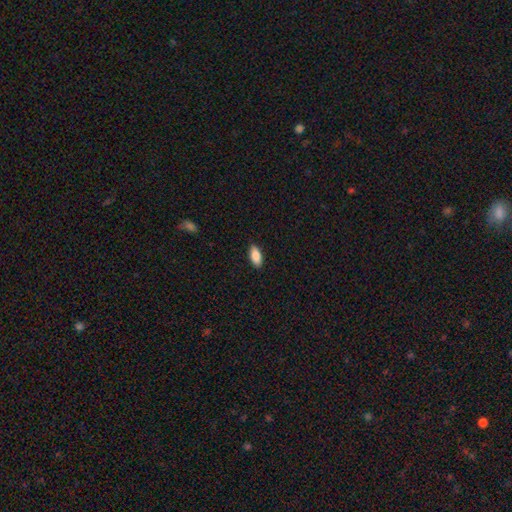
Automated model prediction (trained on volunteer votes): Overall: smooth (88%). How rounded: in between (89%). Merging: none (89%).